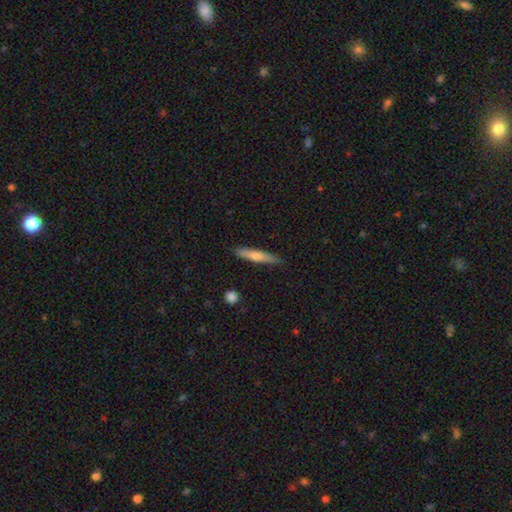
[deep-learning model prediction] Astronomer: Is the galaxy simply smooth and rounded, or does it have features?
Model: smooth — 49% (runner-up: featured or disk, 44%).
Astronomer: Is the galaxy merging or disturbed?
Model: none — 88%.